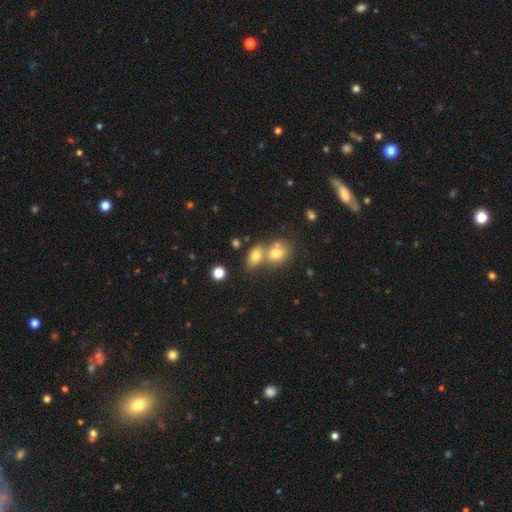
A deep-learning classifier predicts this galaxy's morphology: smooth_or_featured: smooth (p=0.74) [alt: featured or disk p=0.14]
how_rounded: in between (p=0.77) [alt: round p=0.20]
merging: merger (p=0.48) [alt: none p=0.39]